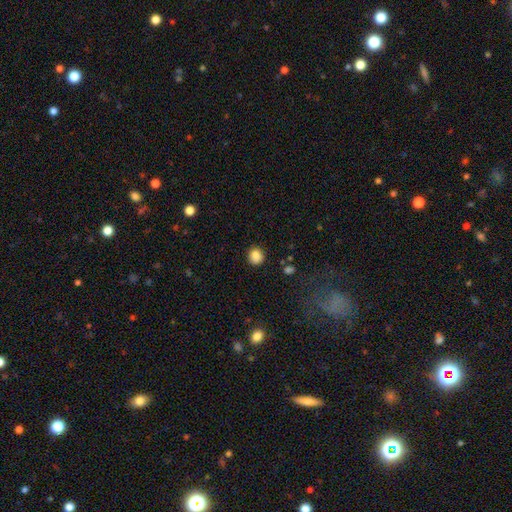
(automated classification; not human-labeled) A smooth galaxy with no disk features (86%) that is round (86%). Merging: none (87%).